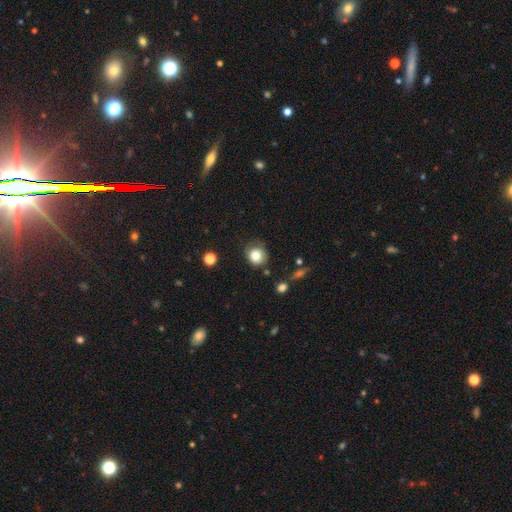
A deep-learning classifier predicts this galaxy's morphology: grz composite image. It shows a smooth galaxy with no disk features (81%) that is round (84%). Merging: none (75%).